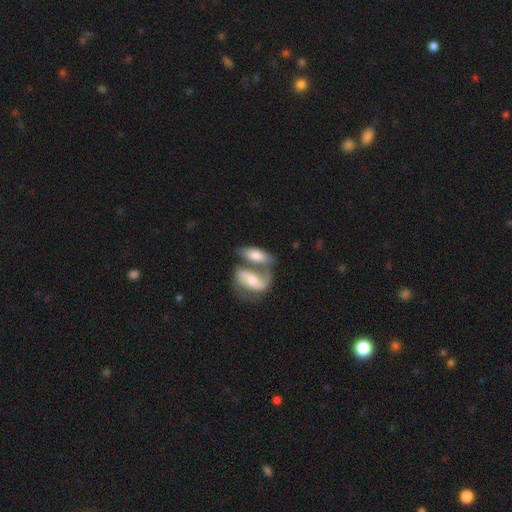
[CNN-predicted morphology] Q: Smooth or featured?
A: smooth (54%); runner-up: featured or disk (40%)
Q: How rounded?
A: in between (81%); runner-up: cigar-shaped (14%)
Q: Merging?
A: merger (64%); runner-up: none (21%)